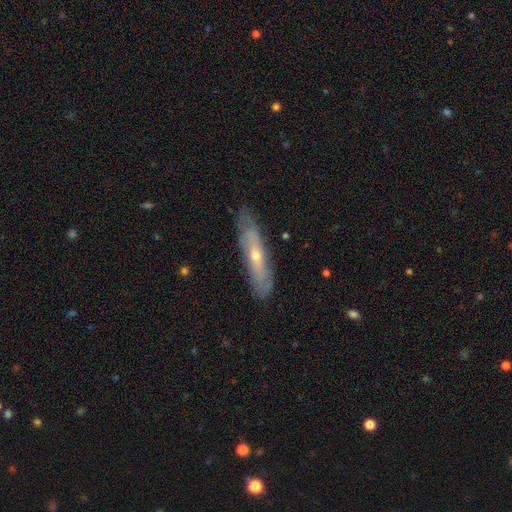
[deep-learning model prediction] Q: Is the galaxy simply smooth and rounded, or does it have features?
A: featured or disk — 60%.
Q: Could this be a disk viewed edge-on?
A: no — 51%.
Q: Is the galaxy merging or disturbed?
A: none — 77%.